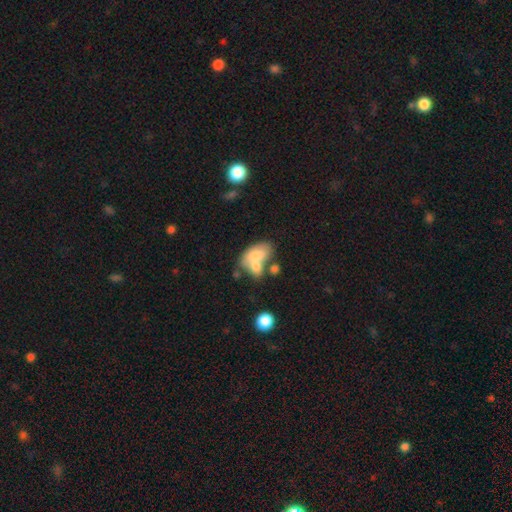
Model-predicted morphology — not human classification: Smooth or featured? smooth (70%)
How rounded? in between (90%)
Merging? merger (51%)